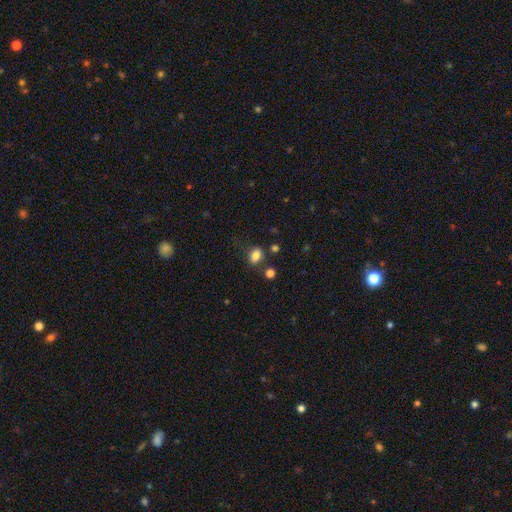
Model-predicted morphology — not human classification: Overall: smooth (82%). How rounded: in between (65%; round 34%). Merging: none (73%).